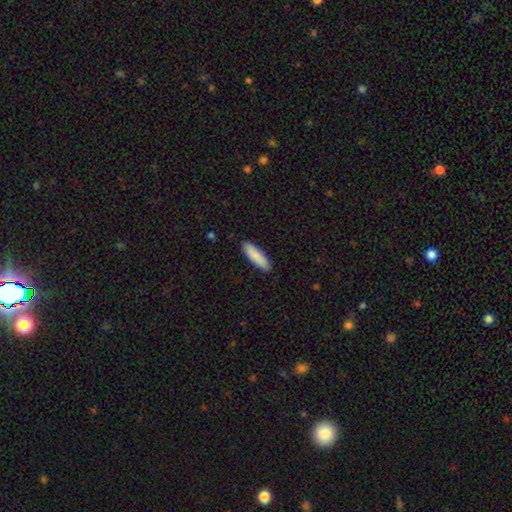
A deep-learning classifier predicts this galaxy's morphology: Smooth or featured? smooth (87%)
How rounded? cigar-shaped (63%)
Merging? none (90%)